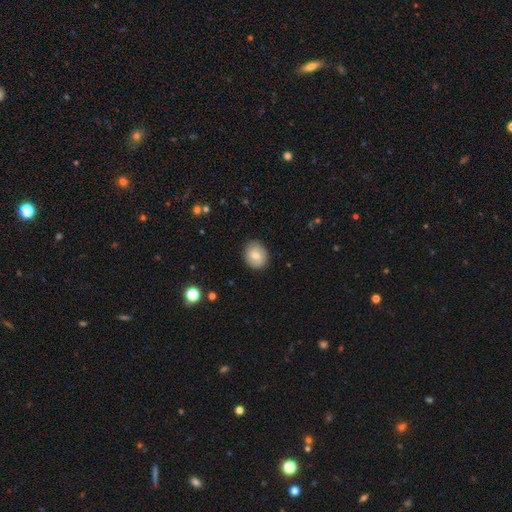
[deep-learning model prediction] Q: Smooth or featured?
A: smooth (76%); runner-up: featured or disk (17%)
Q: How rounded?
A: round (69%); runner-up: in between (30%)
Q: Merging?
A: none (86%); runner-up: minor disturbance (11%)